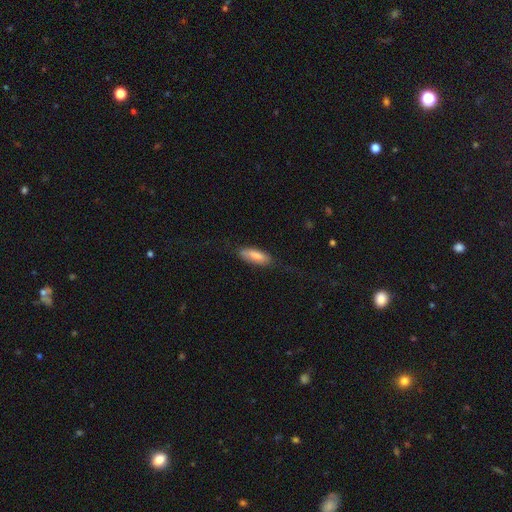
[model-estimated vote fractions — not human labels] Q: Smooth or featured?
A: smooth (79%); runner-up: featured or disk (15%)
Q: How rounded?
A: in between (64%); runner-up: cigar-shaped (34%)
Q: Merging?
A: none (69%); runner-up: minor disturbance (21%)